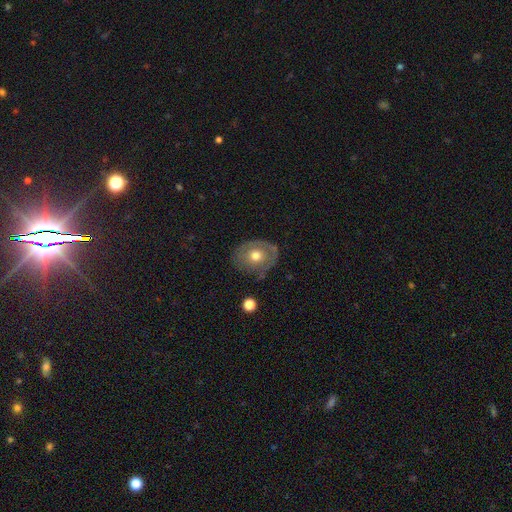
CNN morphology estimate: Q: Smooth or featured?
A: smooth (50%); runner-up: featured or disk (42%)
Q: How rounded?
A: round (51%); runner-up: in between (48%)
Q: Merging?
A: none (65%); runner-up: minor disturbance (24%)